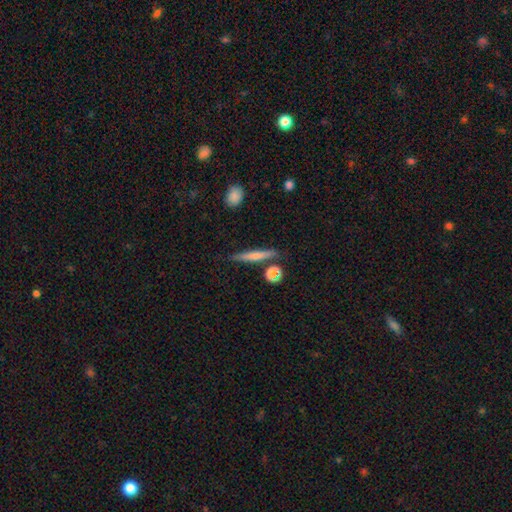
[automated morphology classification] smooth_or_featured: smooth (p=0.58) [alt: featured or disk p=0.34]
how_rounded: cigar-shaped (p=0.89) [alt: in between p=0.08]
merging: none (p=0.82) [alt: minor disturbance p=0.11]